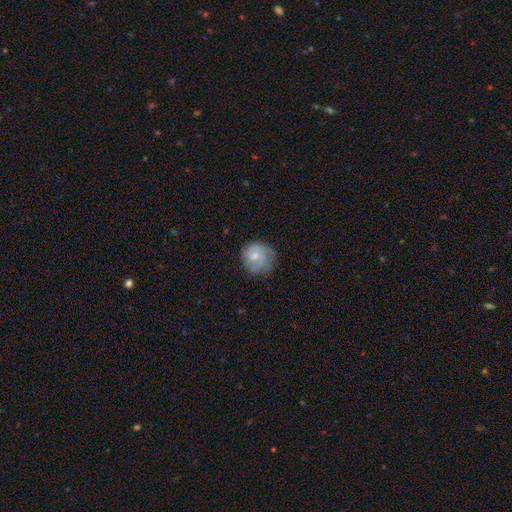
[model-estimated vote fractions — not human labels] This appears to be a smooth galaxy with no disk features (57%) that is round (84%). Merging: none (62%).